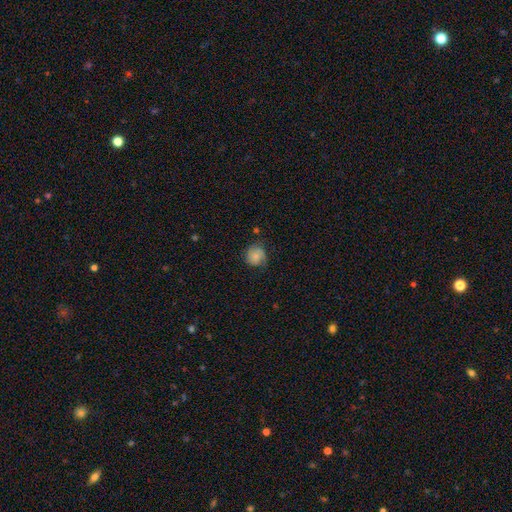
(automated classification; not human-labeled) Overall: smooth (63%; featured or disk 29%). How rounded: round (81%). Merging: none (65%).